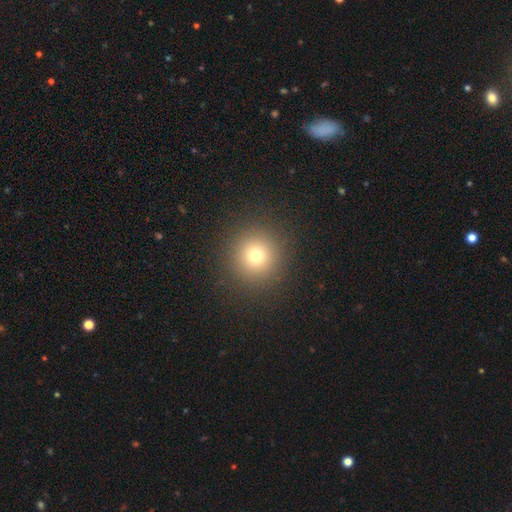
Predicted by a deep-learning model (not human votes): A smooth galaxy with no disk features (74%) that is round (95%). Merging: none (91%).